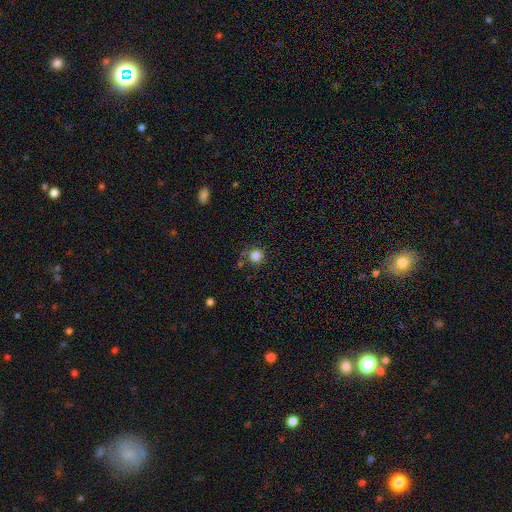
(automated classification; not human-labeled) Smooth or featured?
  - smooth: 83% *
  - star or artifact: 12%
  - featured or disk: 6%
How rounded?
  - round: 93% *
  - in between: 6%
  - cigar-shaped: 1%
Merging?
  - none: 76% *
  - minor disturbance: 14%
  - merger: 5%
  - major disturbance: 4%